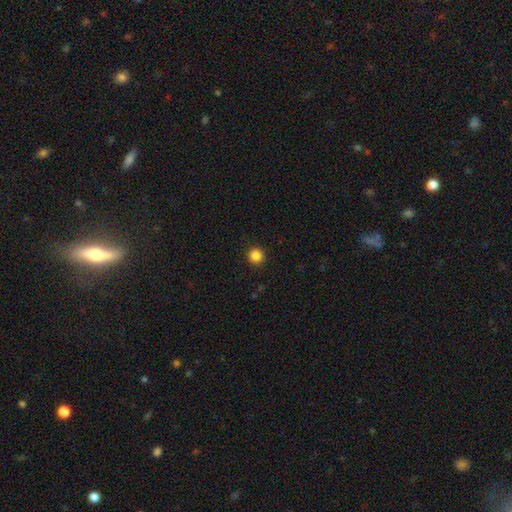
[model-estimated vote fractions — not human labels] Morphology: type=smooth (86%); roundness=round (95%); merging=none (92%).